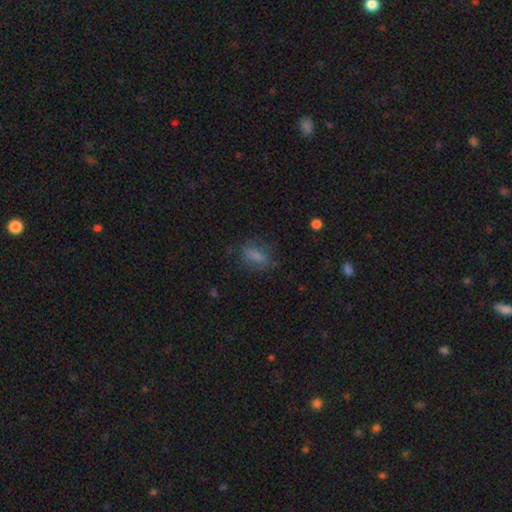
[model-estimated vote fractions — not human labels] Smooth or featured? smooth (74%)
How rounded? in between (65%)
Merging? none (69%)